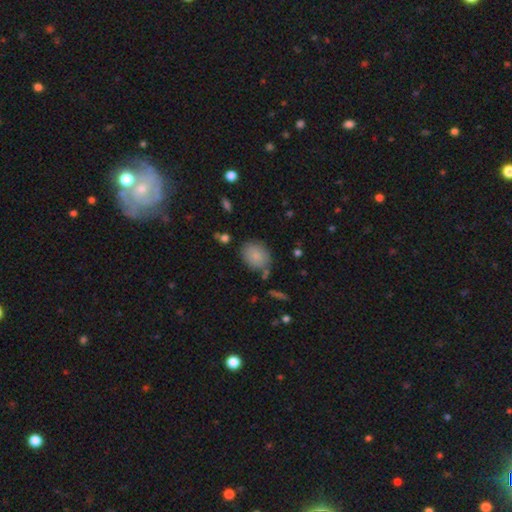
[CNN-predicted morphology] A smooth galaxy with no disk features (84%) that is in between round and cigar-shaped (51%). Merging: none (75%).